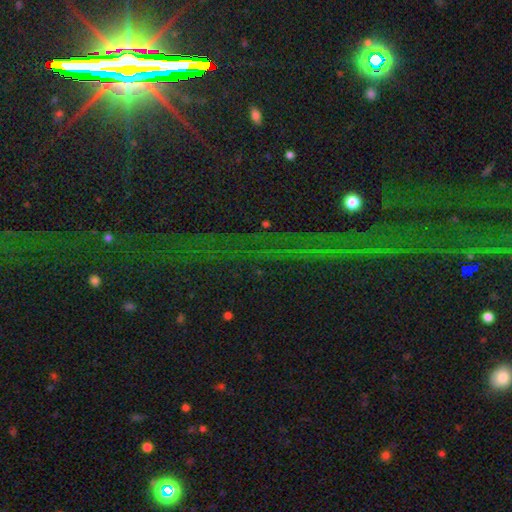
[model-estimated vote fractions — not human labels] star or artifact 82%, featured or disk 11%, smooth 7%.